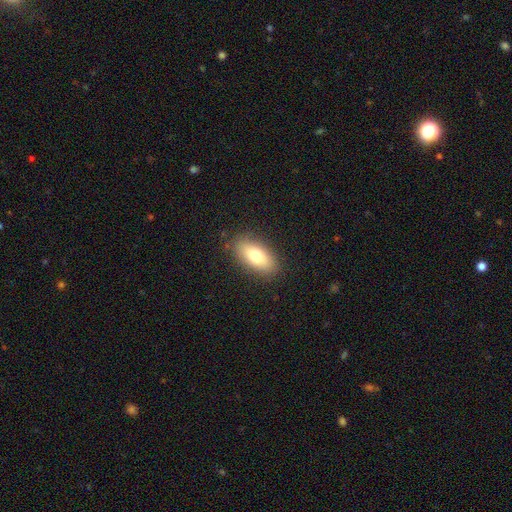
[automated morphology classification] Smooth or featured? Predicted: smooth (p=0.76). How rounded? Predicted: in between (p=0.86). Merging? Predicted: none (p=0.86).